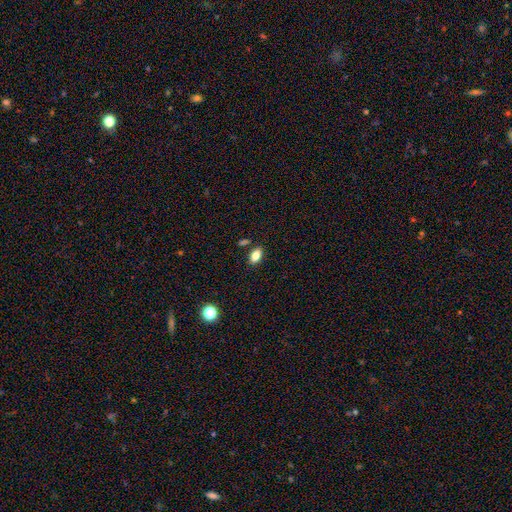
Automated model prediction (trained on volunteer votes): Smooth or featured?
  - smooth: 80% *
  - featured or disk: 11%
  - star or artifact: 9%
How rounded?
  - in between: 89% *
  - round: 6%
  - cigar-shaped: 5%
Merging?
  - none: 82% *
  - minor disturbance: 10%
  - merger: 6%
  - major disturbance: 2%